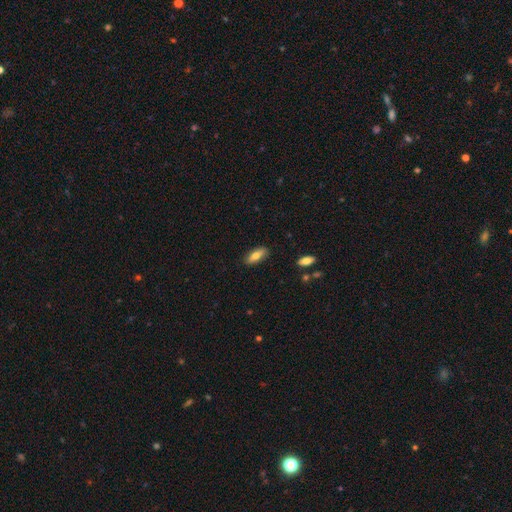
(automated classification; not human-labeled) Smooth or featured: smooth — 71% (featured or disk — 22%)
How rounded: in between — 69% (cigar-shaped — 29%)
Merging: none — 86% (minor disturbance — 10%)